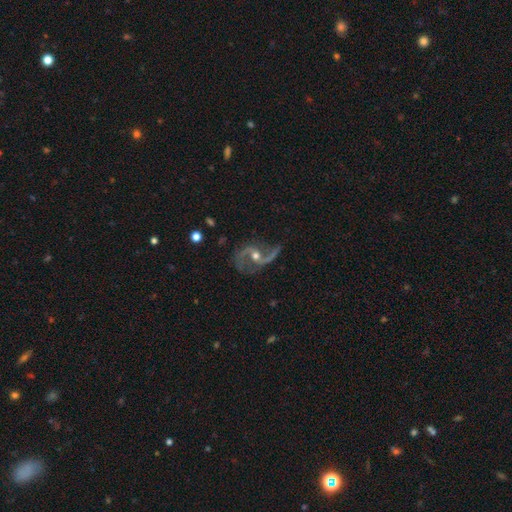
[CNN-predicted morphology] Smooth or featured? featured or disk (89%)
Edge-on disk? no (97%)
Bar? no (46%)
Spiral arms? yes (97%)
Spiral winding? loose (63%)
Spiral arm count? 2 (89%)
Bulge size? moderate (57%)
Merging? none (66%)